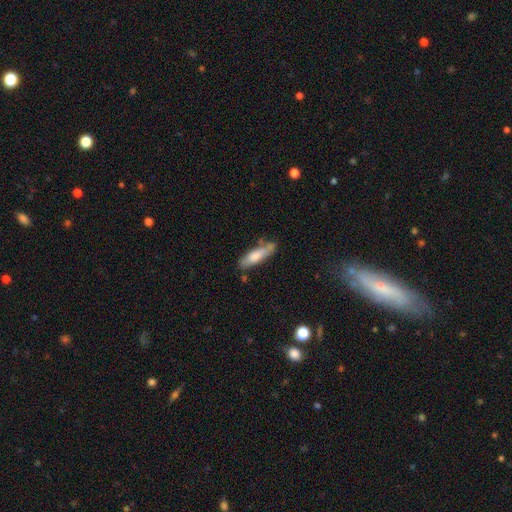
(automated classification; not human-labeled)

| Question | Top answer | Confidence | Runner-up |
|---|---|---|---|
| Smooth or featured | smooth | 72% | featured or disk (22%) |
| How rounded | cigar-shaped | 69% | in between (30%) |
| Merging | none | 65% | minor disturbance (23%) |